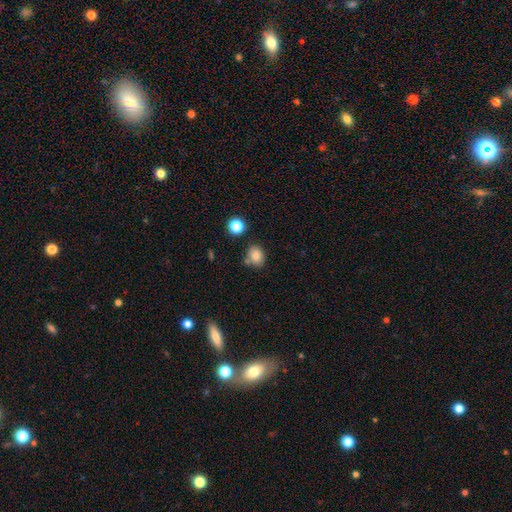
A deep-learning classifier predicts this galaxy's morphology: This is clearly a smooth galaxy (81%). How rounded: possibly round (56%). Merging: likely none (70%).